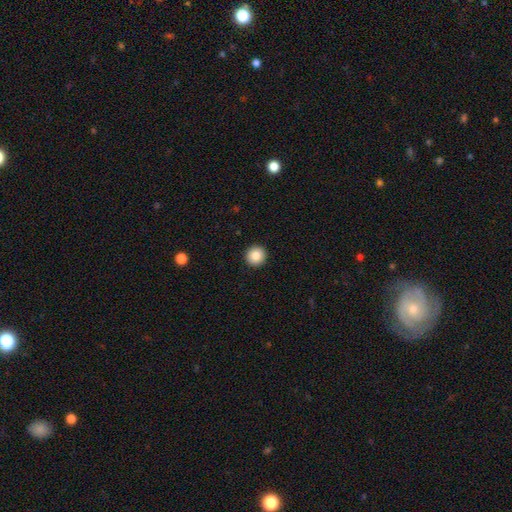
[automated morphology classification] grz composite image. It shows a smooth galaxy with no disk features (86%) that is round (95%). Merging: none (94%).